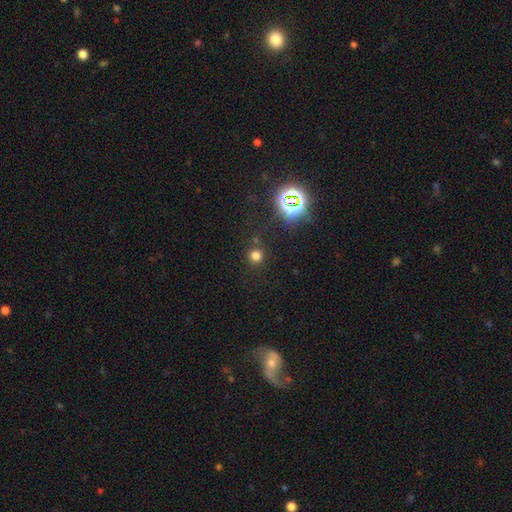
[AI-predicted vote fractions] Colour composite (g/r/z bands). It shows a smooth galaxy with no disk features (70%) that is round (93%). Merging: none (81%).